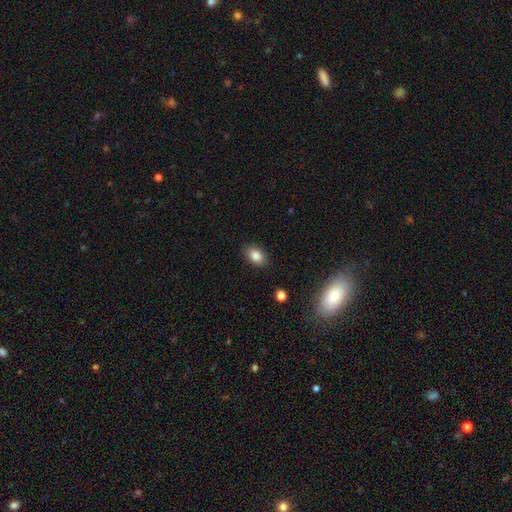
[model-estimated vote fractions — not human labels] This is clearly a smooth galaxy (85%). How rounded: clearly in between (87%). Merging: clearly none (86%).